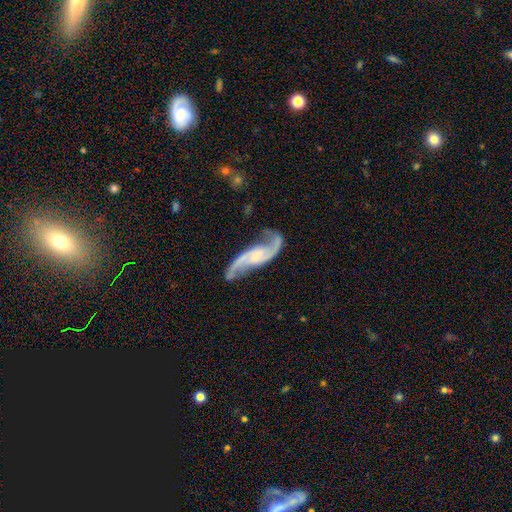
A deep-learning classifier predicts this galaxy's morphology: The model was most divided on "bulge size": none: 37%, small: 35%, moderate: 20%, large: 7%, dominant: 2%. Remaining: spiral arms — yes (97%); edge-on disk — no (95%); spiral arm count — 2 (94%); smooth or featured — featured or disk (91%); merging — none (71%); spiral winding — loose (61%); bar — no (47%).